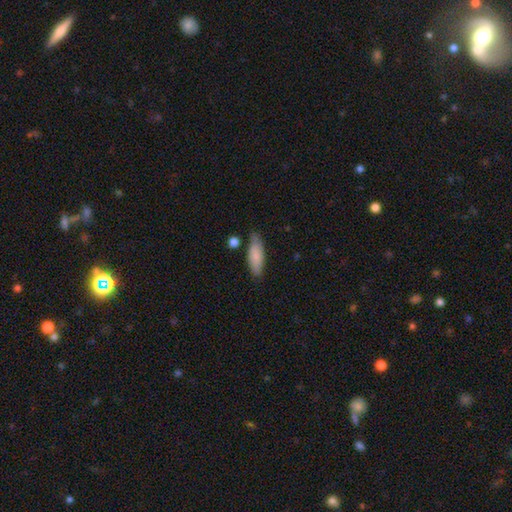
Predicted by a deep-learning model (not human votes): Smooth or featured?
  - smooth: 81% *
  - featured or disk: 13%
  - star or artifact: 6%
How rounded?
  - in between: 69% *
  - cigar-shaped: 29%
  - round: 2%
Merging?
  - none: 70% *
  - minor disturbance: 21%
  - merger: 4%
  - major disturbance: 4%